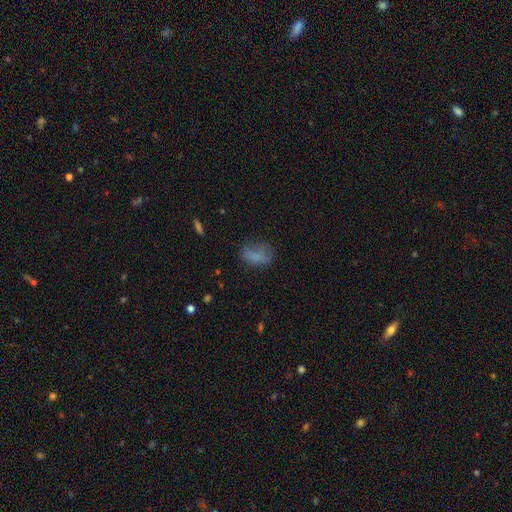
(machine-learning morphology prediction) Smooth or featured? Predicted: smooth (p=0.73). How rounded? Predicted: in between (p=0.80). Merging? Predicted: none (p=0.52).